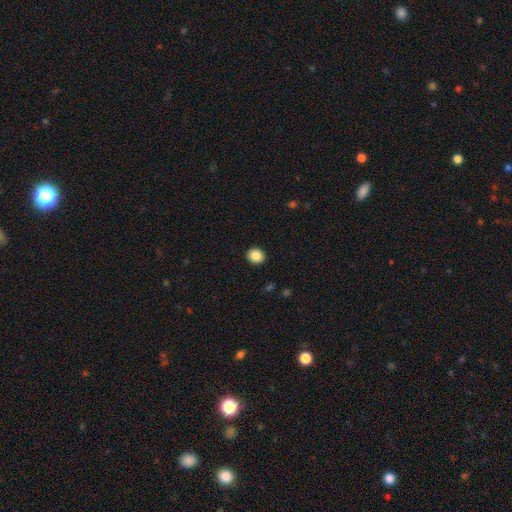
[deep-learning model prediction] smooth-or-featured: smooth: 87% | star or artifact: 9% | featured or disk: 4%
  how-rounded: round: 81% | in between: 18% | cigar-shaped: 1%
  merging: none: 92% | minor disturbance: 5% | major disturbance: 2% | merger: 1%